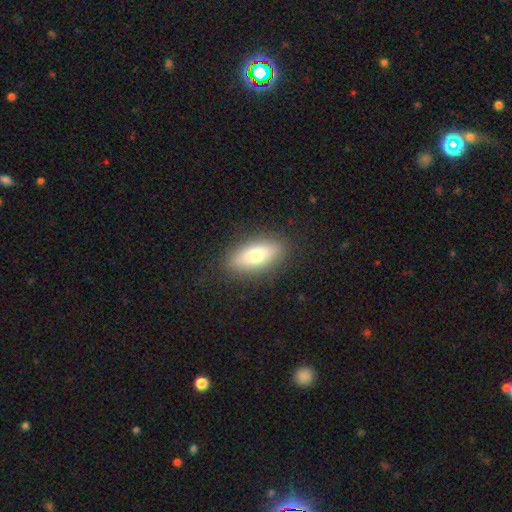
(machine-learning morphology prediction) A smooth galaxy with no disk features (68%) that is in between round and cigar-shaped (75%). Merging: none (87%).